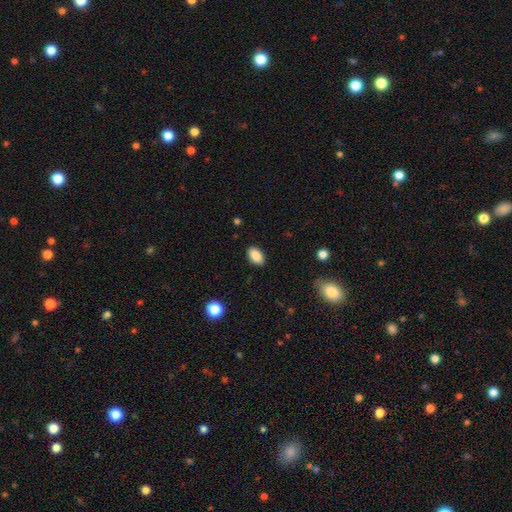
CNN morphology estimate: Smooth or featured? Predicted: smooth (p=0.88). How rounded? Predicted: in between (p=0.92). Merging? Predicted: none (p=0.88).